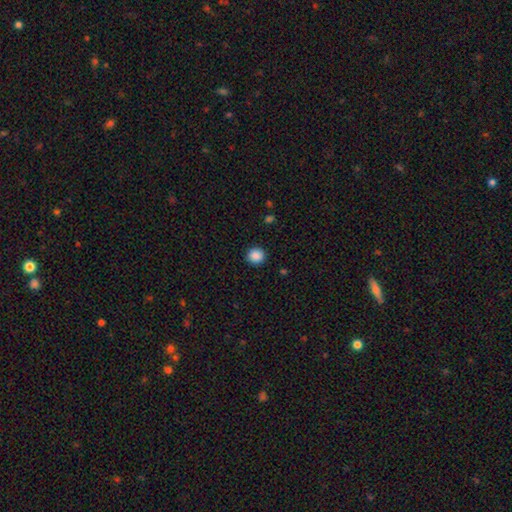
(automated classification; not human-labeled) smooth-or-featured: smooth: 88% | star or artifact: 9% | featured or disk: 3%
  how-rounded: round: 92% | in between: 7% | cigar-shaped: 1%
  merging: none: 92% | minor disturbance: 5% | major disturbance: 2% | merger: 1%